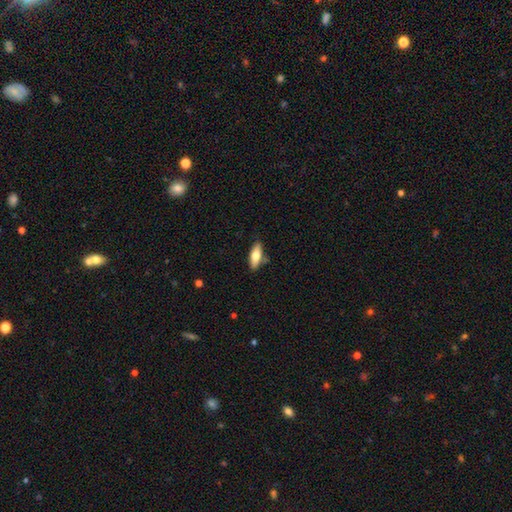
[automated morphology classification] Q: Smooth or featured?
A: smooth (69%); runner-up: featured or disk (25%)
Q: How rounded?
A: in between (64%); runner-up: cigar-shaped (34%)
Q: Merging?
A: none (79%); runner-up: minor disturbance (14%)